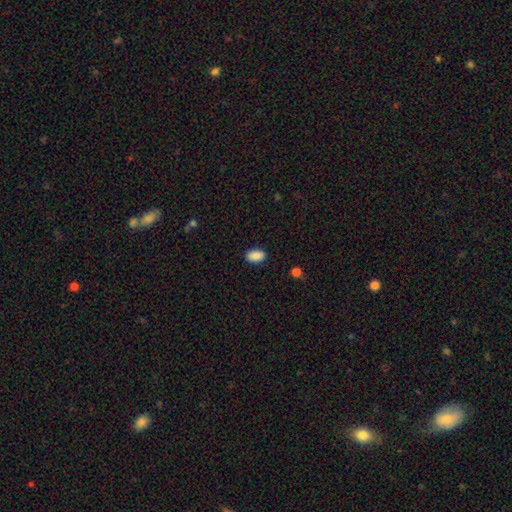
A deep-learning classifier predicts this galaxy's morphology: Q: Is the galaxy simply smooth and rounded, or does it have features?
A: smooth — 90%.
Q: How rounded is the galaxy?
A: in between — 91%.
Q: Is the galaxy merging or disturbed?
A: none — 88%.